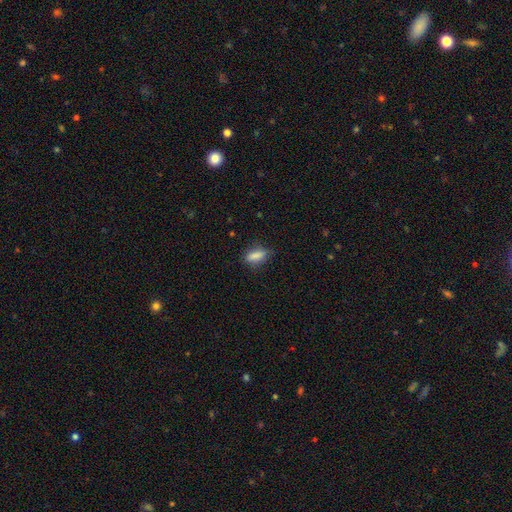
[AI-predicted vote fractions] smooth 80%, featured or disk 12%, star or artifact 8%. Down the decision tree: how rounded — in between (61%); merging — none (76%).